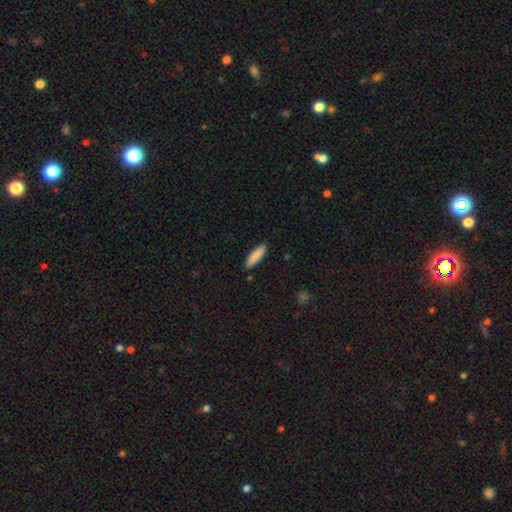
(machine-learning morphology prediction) A smooth galaxy with no disk features (87%) that is cigar-shaped (61%). Merging: none (88%).